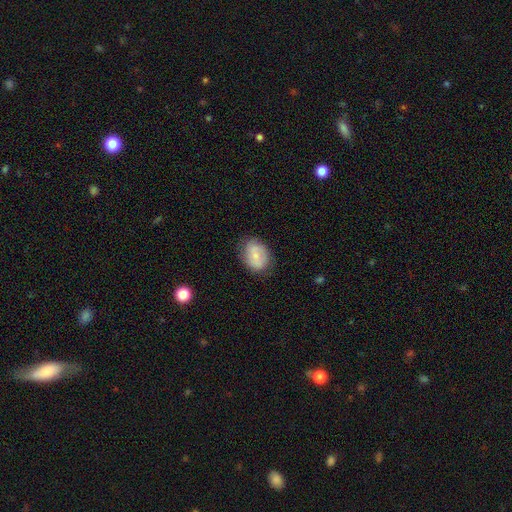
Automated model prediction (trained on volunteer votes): Smooth or featured: smooth — 65% (featured or disk — 28%)
How rounded: in between — 68% (round — 31%)
Merging: none — 75% (minor disturbance — 18%)